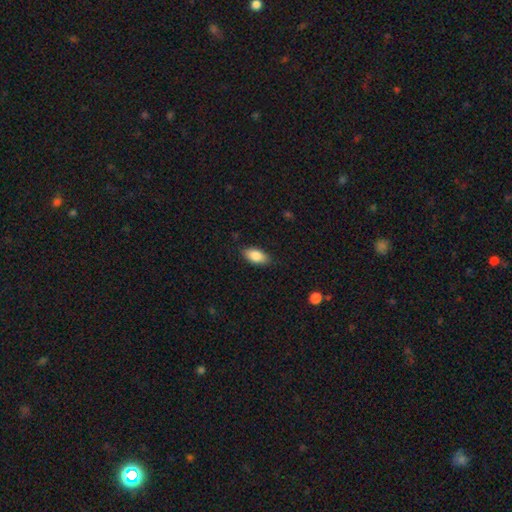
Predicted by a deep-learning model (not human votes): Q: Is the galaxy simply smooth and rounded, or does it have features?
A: smooth — 85%.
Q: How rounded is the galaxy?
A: in between — 91%.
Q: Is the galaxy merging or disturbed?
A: none — 85%.